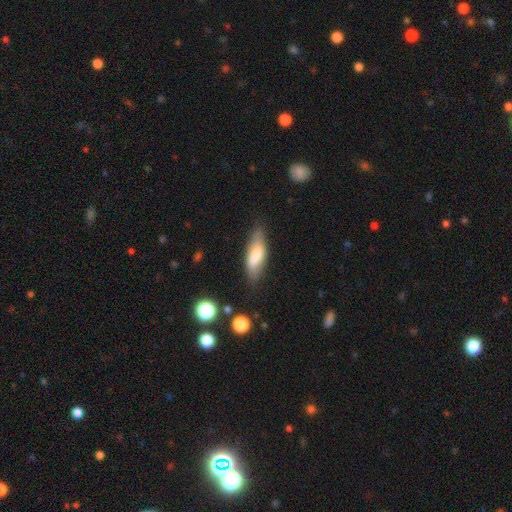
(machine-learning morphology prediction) This appears to be a smooth galaxy with no disk features (69%) that is in between round and cigar-shaped (58%). Merging: none (73%).